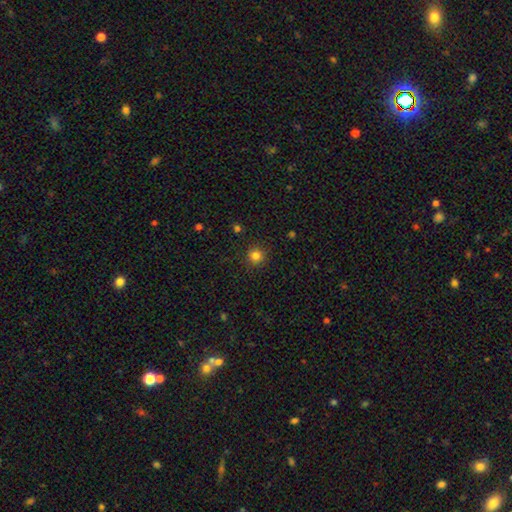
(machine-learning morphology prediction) Overall: smooth (82%). How rounded: round (94%). Merging: none (89%).